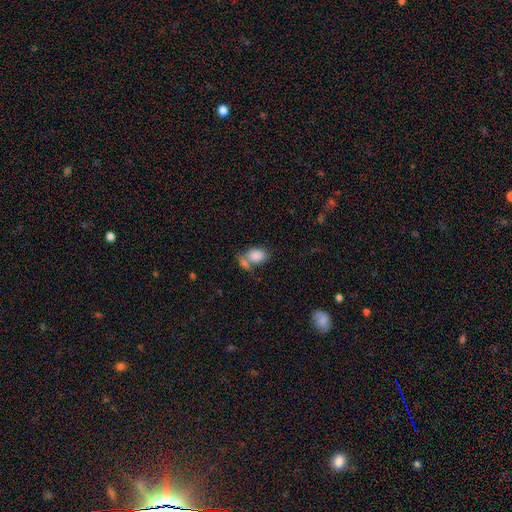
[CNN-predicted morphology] The model was most divided on "merging": merger: 42%, none: 39%, minor disturbance: 13%, major disturbance: 7%. More confident: smooth or featured — smooth (85%); how rounded — in between (82%).